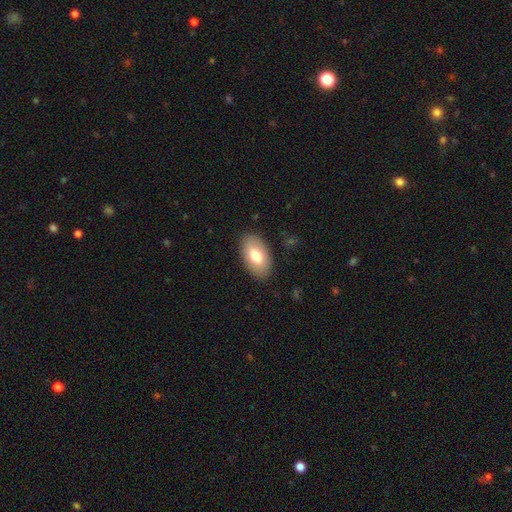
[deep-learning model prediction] smooth 74%, featured or disk 19%, star or artifact 6%. Down the decision tree: how rounded — in between (94%); merging — none (87%).